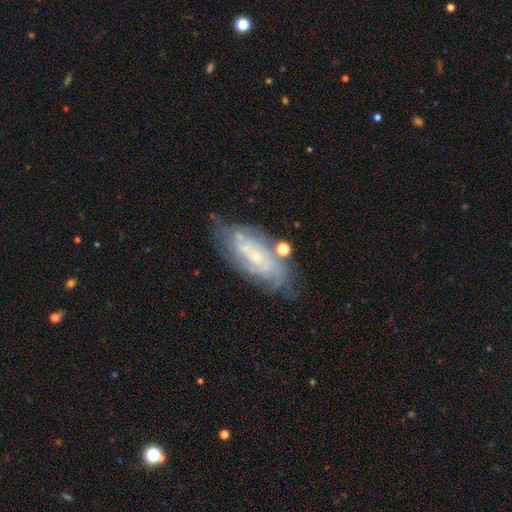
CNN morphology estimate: A featured or disk galaxy (79%) with no bar (69%), tight (62%) spiral arms (91%) and a small central bulge (76%). Merging: none (67%).